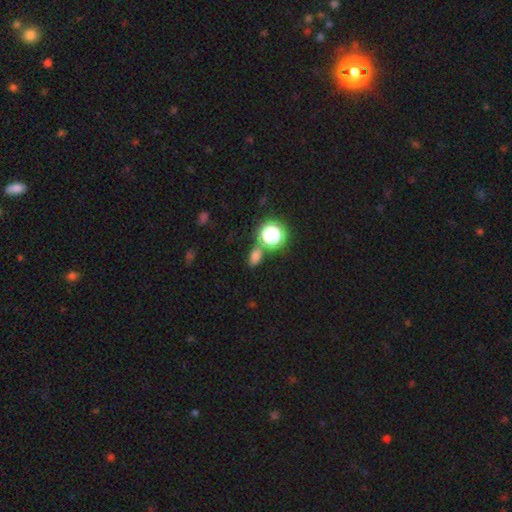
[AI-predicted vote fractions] Q: Smooth or featured?
A: smooth (69%); runner-up: star or artifact (25%)
Q: How rounded?
A: in between (66%); runner-up: round (31%)
Q: Merging?
A: none (69%); runner-up: merger (16%)